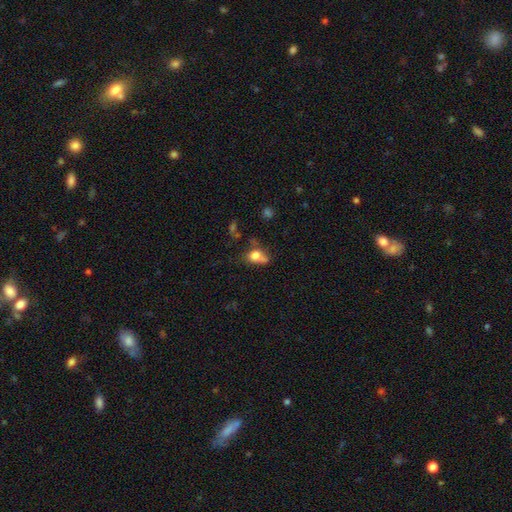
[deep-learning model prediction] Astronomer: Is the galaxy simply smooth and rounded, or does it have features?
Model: smooth — 74%.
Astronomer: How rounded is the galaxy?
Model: in between — 57% (runner-up: round, 41%).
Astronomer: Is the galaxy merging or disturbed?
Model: none — 36% (runner-up: merger, 26%).